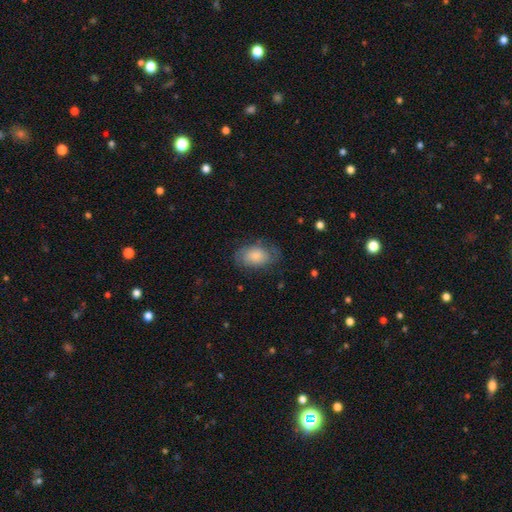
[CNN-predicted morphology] A smooth galaxy with no disk features (67%) that is in between round and cigar-shaped (87%). Merging: none (63%).